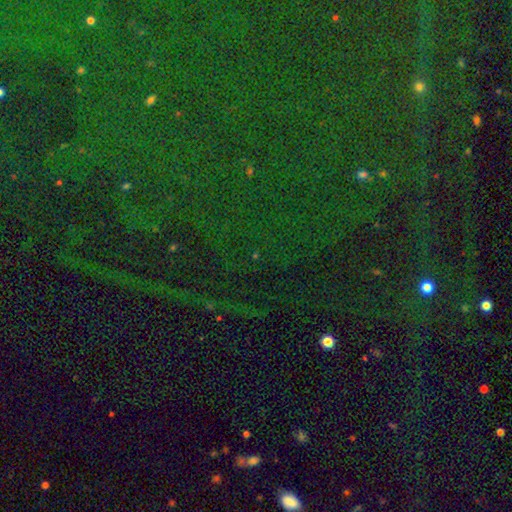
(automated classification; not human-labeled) The model was most divided on "smooth or featured": star or artifact: 79%, smooth: 13%, featured or disk: 8%.